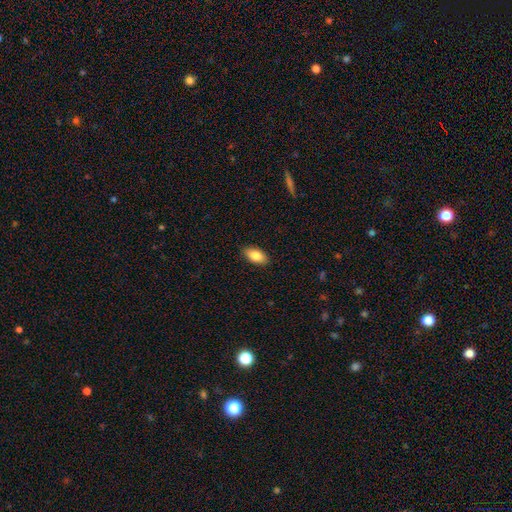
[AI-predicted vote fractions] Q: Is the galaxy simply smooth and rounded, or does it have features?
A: smooth — 85%.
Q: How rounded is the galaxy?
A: in between — 92%.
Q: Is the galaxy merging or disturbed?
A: none — 89%.